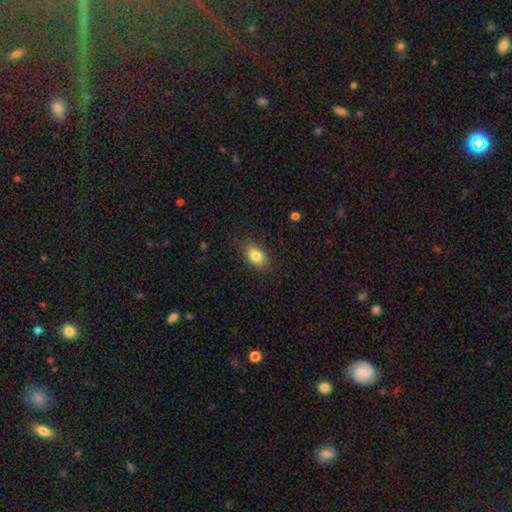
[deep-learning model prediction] This is clearly a smooth galaxy (83%). How rounded: clearly in between (86%). Merging: clearly none (84%).